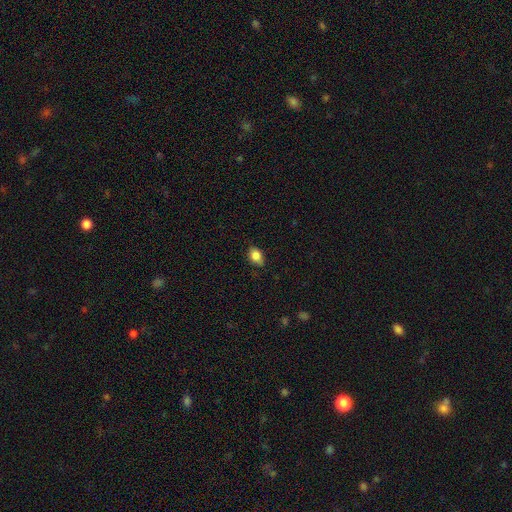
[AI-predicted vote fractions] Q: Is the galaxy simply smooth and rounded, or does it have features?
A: smooth — 83%.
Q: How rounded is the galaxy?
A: in between — 73%.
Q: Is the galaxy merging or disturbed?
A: none — 77%.